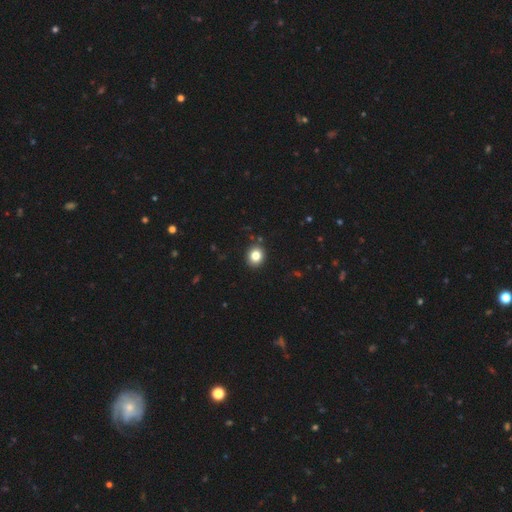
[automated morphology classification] A smooth galaxy with no disk features (83%) that is round (73%). Merging: none (90%).